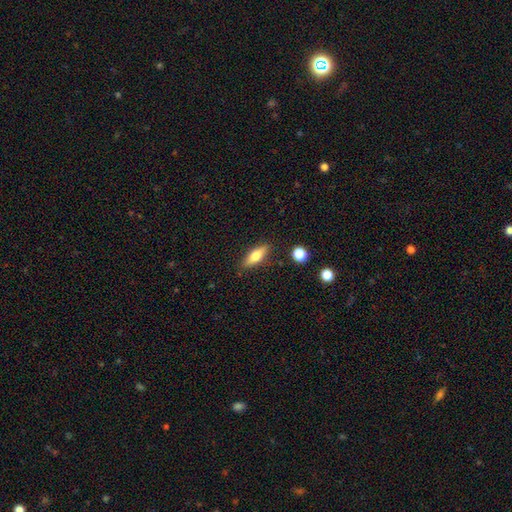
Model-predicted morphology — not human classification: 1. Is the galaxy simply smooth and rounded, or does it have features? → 65% smooth, 28% featured or disk, 7% star or artifact.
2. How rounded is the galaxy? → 58% in between, 39% cigar-shaped, 3% round.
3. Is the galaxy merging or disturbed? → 85% none, 11% minor disturbance, 2% major disturbance, 2% merger.